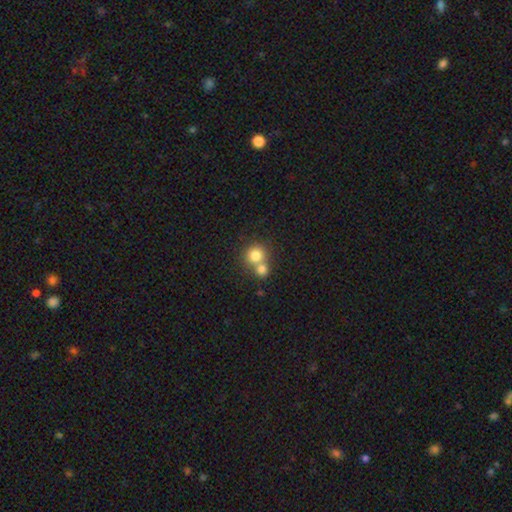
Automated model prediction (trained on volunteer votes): smooth_or_featured: smooth (p=0.79) [alt: star or artifact p=0.10]
how_rounded: round (p=0.88) [alt: in between p=0.11]
merging: merger (p=0.52) [alt: none p=0.40]